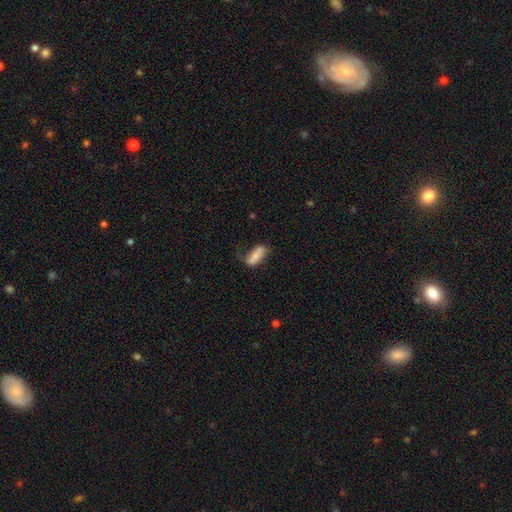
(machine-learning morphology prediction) This appears to be a smooth galaxy with no disk features (70%) that is in between round and cigar-shaped (71%). Merging: none (49%).